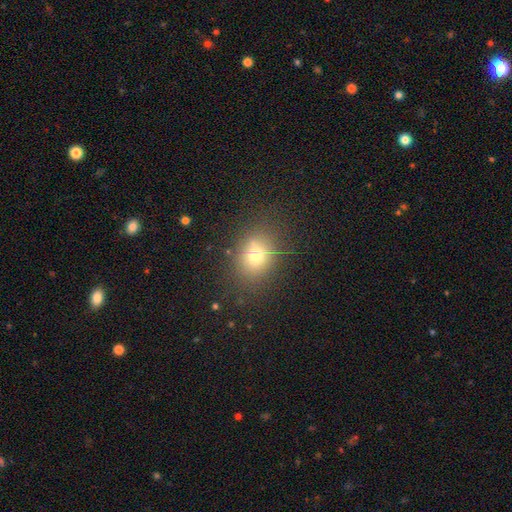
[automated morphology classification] Q: Smooth or featured?
A: smooth (72%); runner-up: star or artifact (15%)
Q: How rounded?
A: round (49%); tied with: in between (49%)
Q: Merging?
A: none (77%); runner-up: minor disturbance (14%)